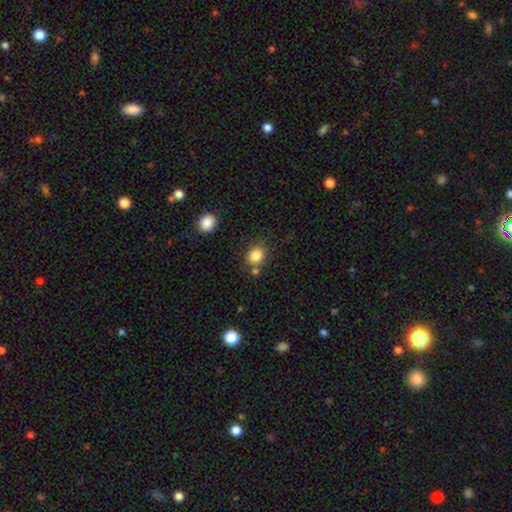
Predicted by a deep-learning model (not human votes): Overall: smooth (84%). How rounded: round (71%). Merging: none (70%).